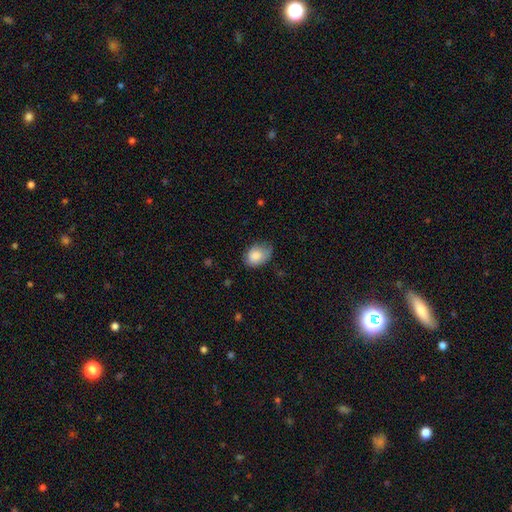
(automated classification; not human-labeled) smooth-or-featured: smooth: 84% | featured or disk: 9% | star or artifact: 7%
  how-rounded: in between: 78% | round: 21% | cigar-shaped: 1%
  merging: none: 56% | minor disturbance: 34% | major disturbance: 8% | merger: 2%